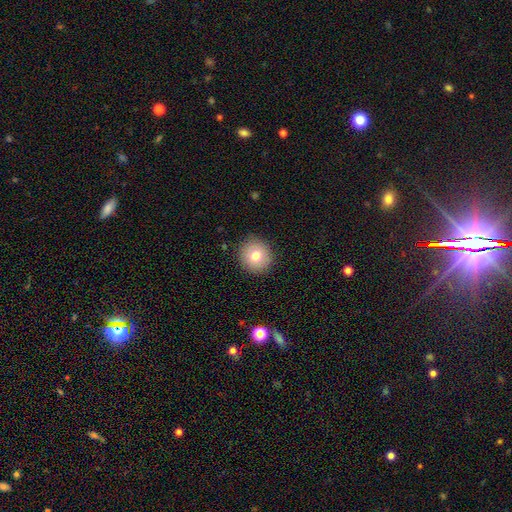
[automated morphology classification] Smooth or featured? Predicted: smooth (p=0.76). How rounded? Predicted: round (p=0.91). Merging? Predicted: none (p=0.89).